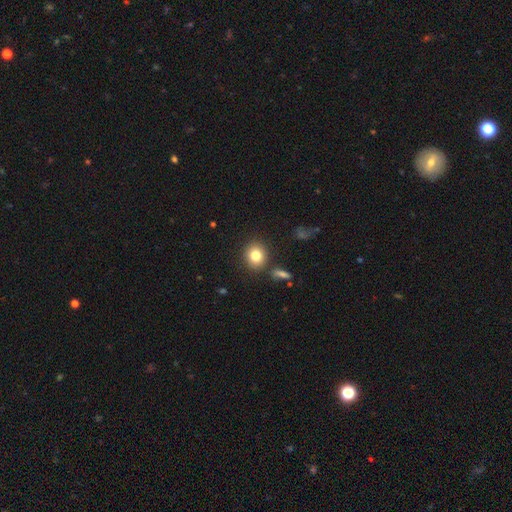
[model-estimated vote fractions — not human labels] This is clearly a smooth galaxy (81%). How rounded: likely round (75%). Merging: clearly none (85%).